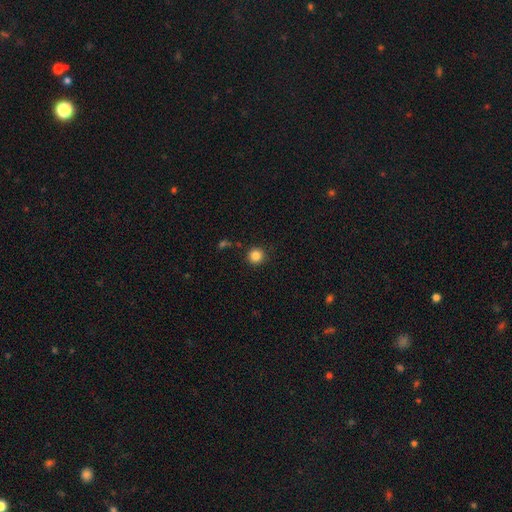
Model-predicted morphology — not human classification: Q: Smooth or featured?
A: smooth (85%); runner-up: star or artifact (11%)
Q: How rounded?
A: round (94%); runner-up: in between (5%)
Q: Merging?
A: none (90%); runner-up: minor disturbance (6%)